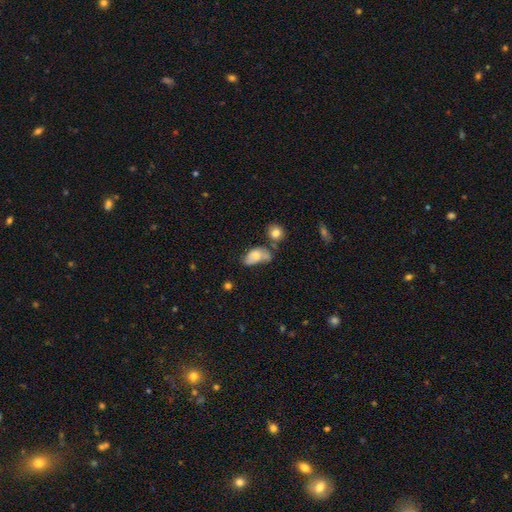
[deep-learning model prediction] Morphology: type=smooth (66%); roundness=in between (90%); merging=minor disturbance (34%).